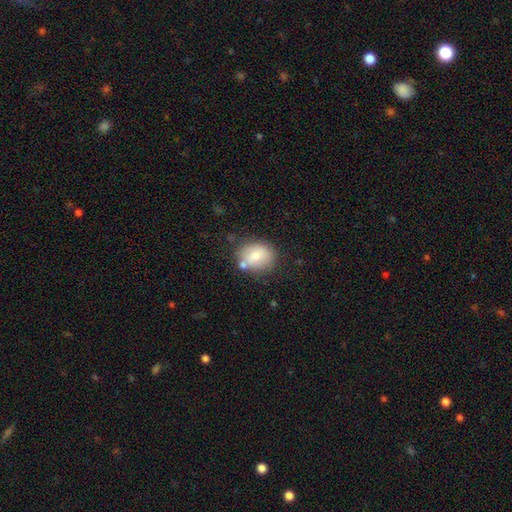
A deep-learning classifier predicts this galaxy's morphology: Smooth or featured: smooth — 75% (featured or disk — 17%)
How rounded: round — 62% (in between — 37%)
Merging: none — 68% (minor disturbance — 17%)